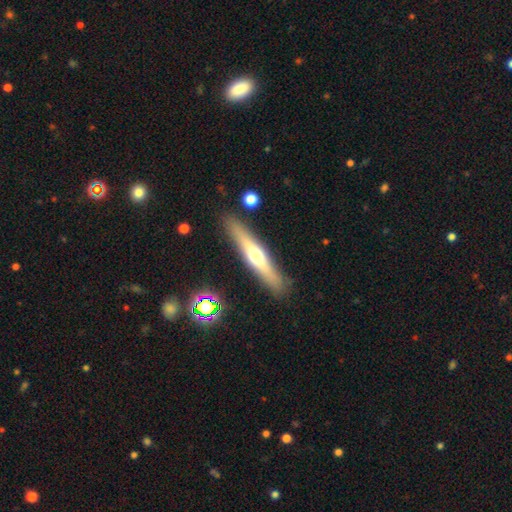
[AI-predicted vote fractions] smooth_or_featured: featured or disk (p=0.57) [alt: smooth p=0.37]
disk_edge_on: yes (p=0.93) [alt: no p=0.07]
edge_on_bulge: rounded (p=0.89) [alt: none p=0.07]
merging: none (p=0.88) [alt: minor disturbance p=0.08]